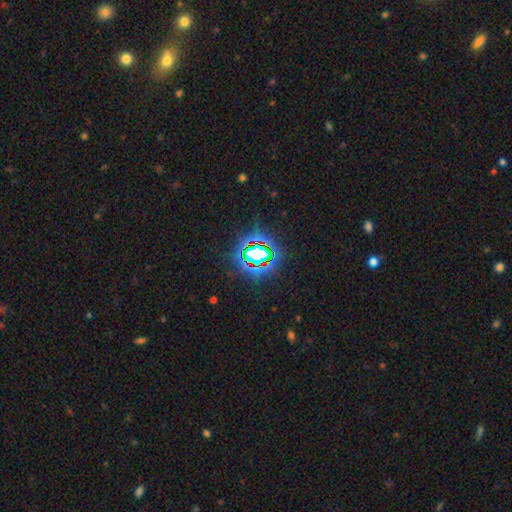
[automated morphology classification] A star or artifact, not a galaxy (80%).

Vote fractions:
- Smooth or featured? star or artifact: 80% / smooth: 12% / featured or disk: 8%